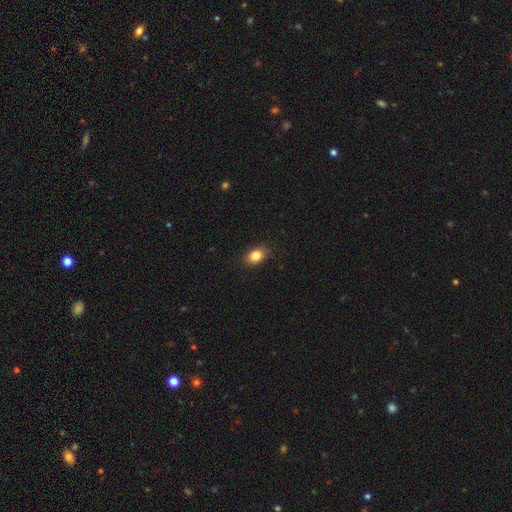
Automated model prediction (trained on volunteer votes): smooth-or-featured: smooth: 84% | star or artifact: 9% | featured or disk: 6%
  how-rounded: in between: 72% | round: 27% | cigar-shaped: 1%
  merging: none: 88% | minor disturbance: 9% | major disturbance: 2% | merger: 1%